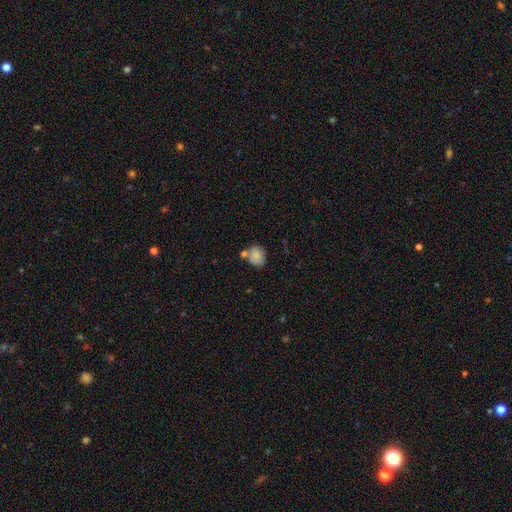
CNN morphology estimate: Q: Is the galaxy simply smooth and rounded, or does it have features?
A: smooth — 81%.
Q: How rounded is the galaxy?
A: round — 59%.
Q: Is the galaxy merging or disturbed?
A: none — 53%.